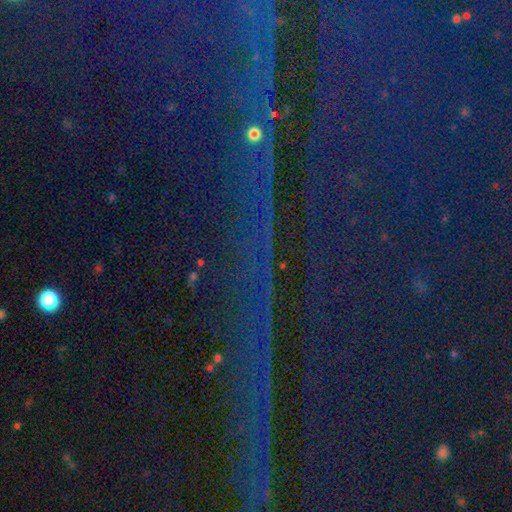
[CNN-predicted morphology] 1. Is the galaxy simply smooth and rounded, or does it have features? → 86% star or artifact, 7% featured or disk, 7% smooth.